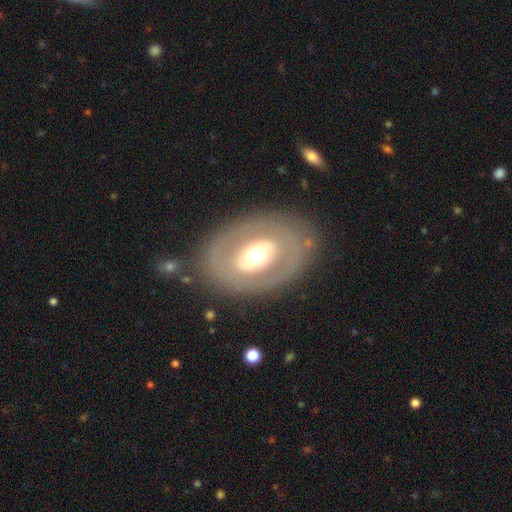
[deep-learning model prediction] This appears to be a featured or disk galaxy (57%) with no bar (62%), no spiral arms (87%) and a moderate central bulge (60%). Merging: none (80%).